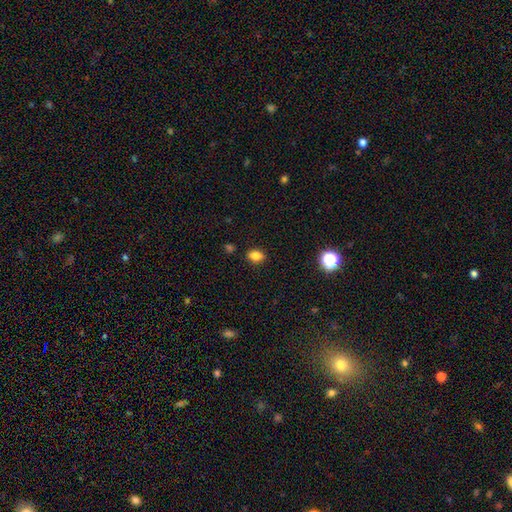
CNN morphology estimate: Smooth or featured?
  - smooth: 81% *
  - star or artifact: 12%
  - featured or disk: 7%
How rounded?
  - in between: 76% *
  - round: 22%
  - cigar-shaped: 2%
Merging?
  - none: 86% *
  - minor disturbance: 10%
  - major disturbance: 2%
  - merger: 2%